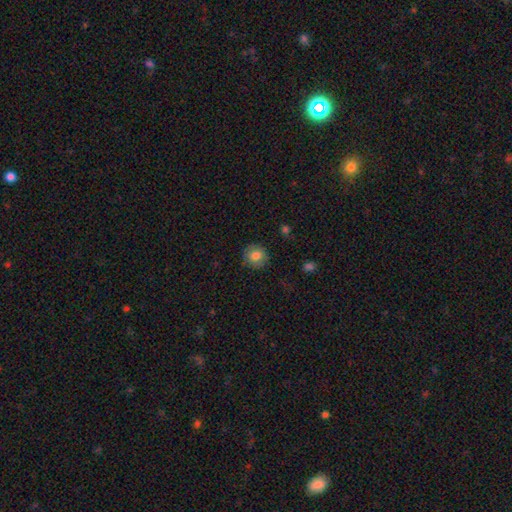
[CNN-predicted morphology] This is clearly a smooth galaxy (81%). How rounded: clearly round (90%). Merging: clearly none (86%).